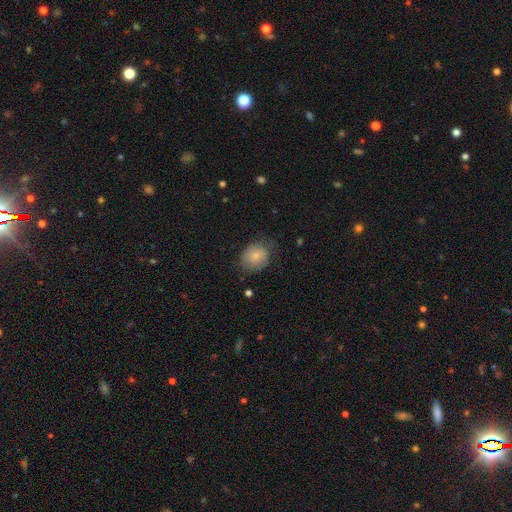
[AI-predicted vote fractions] Smooth or featured: smooth — 77% (featured or disk — 15%)
How rounded: round — 58% (in between — 41%)
Merging: none — 63% (minor disturbance — 27%)